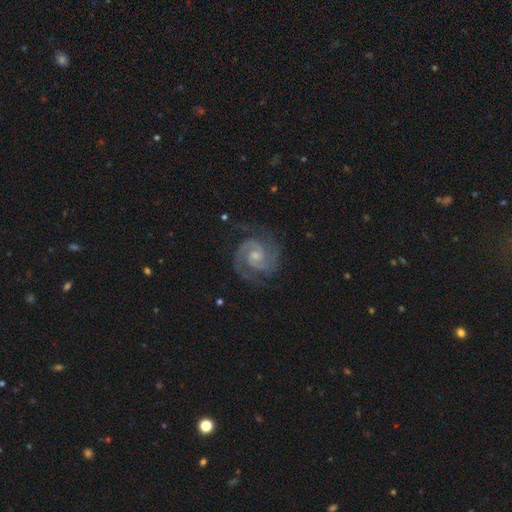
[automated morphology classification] smooth_or_featured: featured or disk (p=0.92) [alt: star or artifact p=0.05]
disk_edge_on: no (p=0.98) [alt: yes p=0.02]
bar: no (p=0.52) [alt: weak p=0.39]
has_spiral_arms: yes (p=0.99) [alt: no p=0.01]
spiral_winding: tight (p=0.51) [alt: medium p=0.44]
spiral_arm_count: 2 (p=0.90) [alt: 3 p=0.04]
bulge_size: small (p=0.55) [alt: moderate p=0.36]
merging: none (p=0.81) [alt: minor disturbance p=0.14]